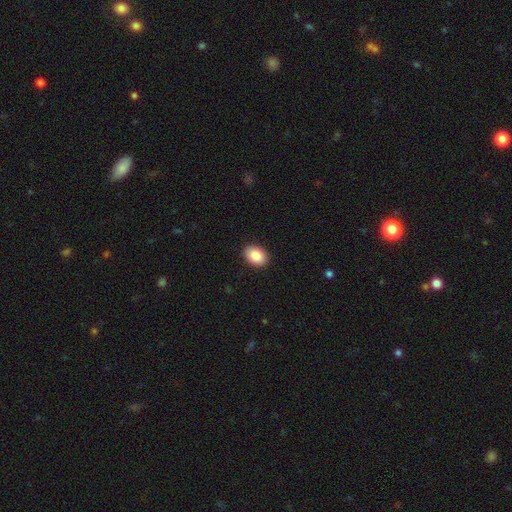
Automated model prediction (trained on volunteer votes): Morphology: type=smooth (89%); roundness=in between (79%); merging=none (90%).